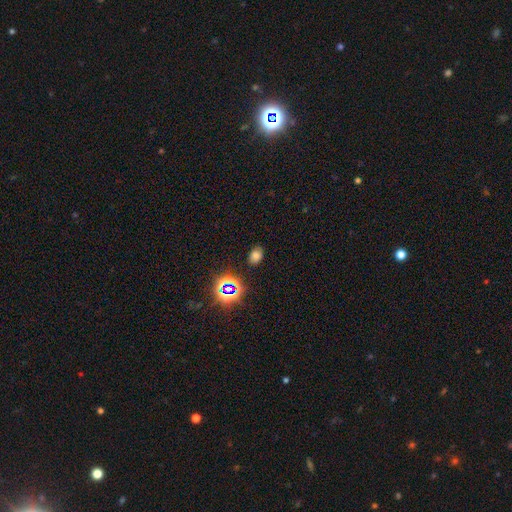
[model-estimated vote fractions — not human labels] smooth-or-featured: smooth: 67% | star or artifact: 25% | featured or disk: 8%
  how-rounded: in between: 70% | round: 28% | cigar-shaped: 1%
  merging: none: 83% | minor disturbance: 12% | major disturbance: 3% | merger: 2%